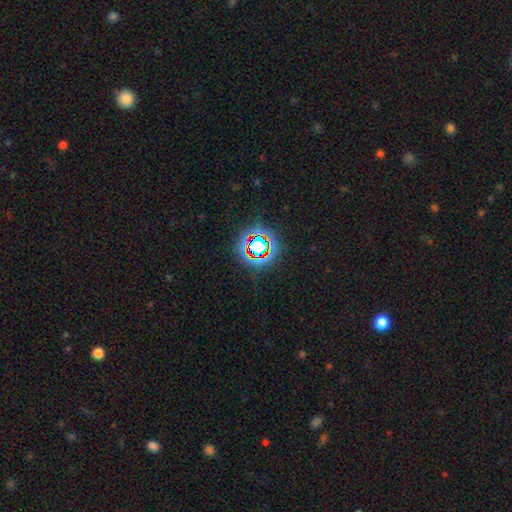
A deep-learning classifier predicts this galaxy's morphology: Smooth or featured: star or artifact — 73% (smooth — 16%)